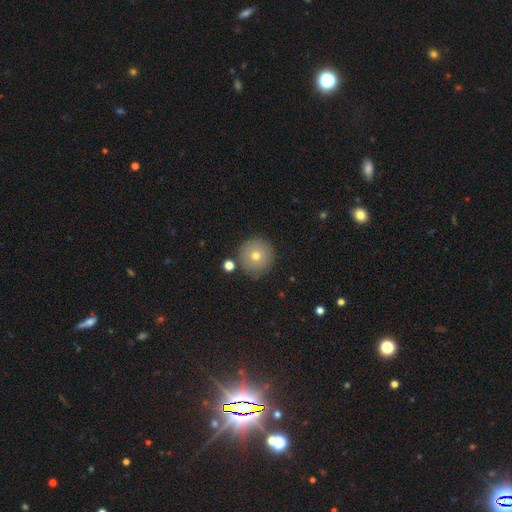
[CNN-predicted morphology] The model was most divided on "smooth or featured": smooth: 73%, featured or disk: 16%, star or artifact: 11%. More confident: how rounded — round (96%); merging — none (85%).